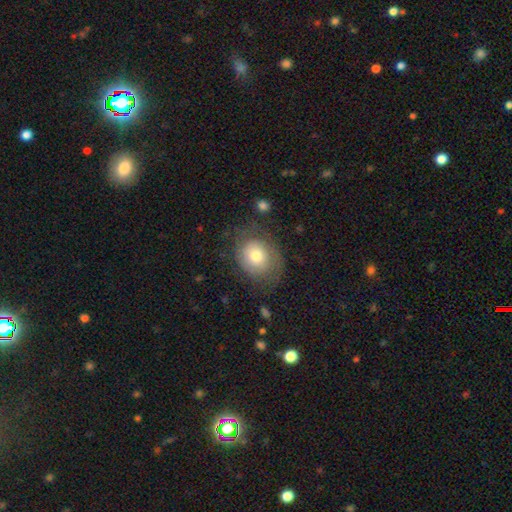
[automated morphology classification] The model was most divided on "how rounded": round: 58%, in between: 41%, cigar-shaped: 1%. More confident: smooth or featured — smooth (62%); merging — none (61%).